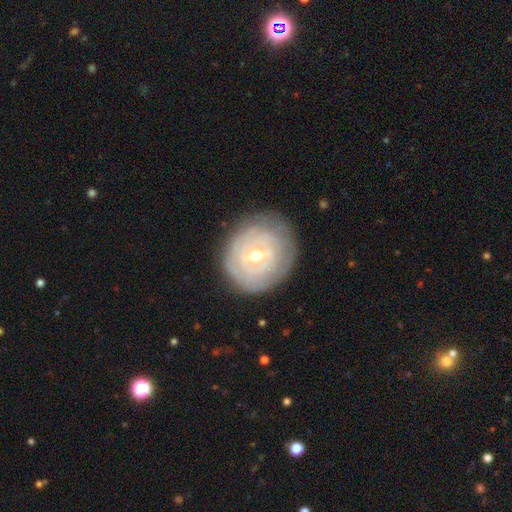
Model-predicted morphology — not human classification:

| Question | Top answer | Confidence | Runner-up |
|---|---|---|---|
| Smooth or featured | featured or disk | 81% | smooth (14%) |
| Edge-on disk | no | 96% | yes (4%) |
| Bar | weak | 55% | strong (24%) |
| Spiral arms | yes | 83% | no (17%) |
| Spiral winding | tight | 83% | medium (13%) |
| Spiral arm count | can't tell | 54% | 2 (16%) |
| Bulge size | moderate | 63% | small (33%) |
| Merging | none | 80% | minor disturbance (14%) |